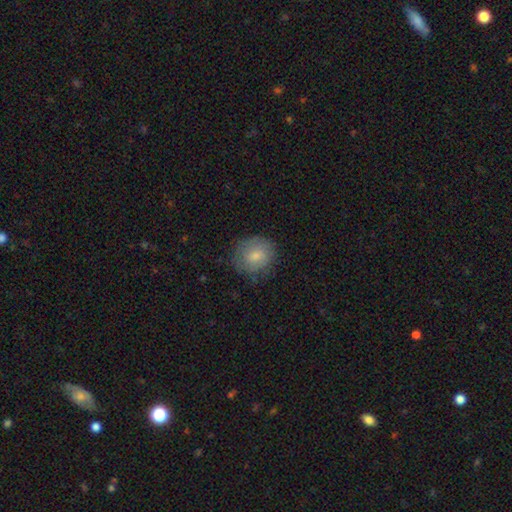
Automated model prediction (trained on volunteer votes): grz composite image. It shows a smooth galaxy with no disk features (72%) that is round (78%). Merging: none (78%).